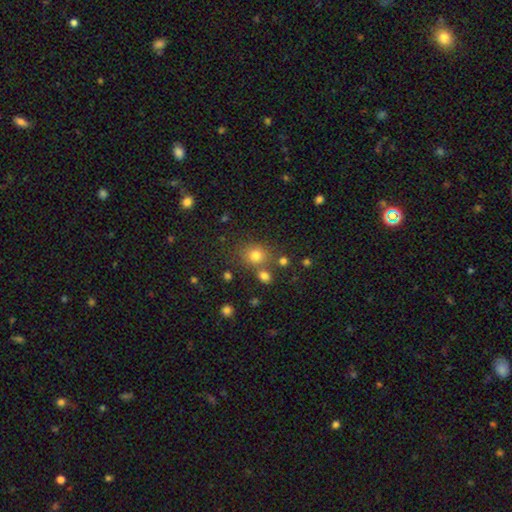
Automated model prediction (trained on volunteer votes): smooth_or_featured: smooth (p=0.76) [alt: star or artifact p=0.16]
how_rounded: round (p=0.72) [alt: in between p=0.27]
merging: none (p=0.70) [alt: merger p=0.15]